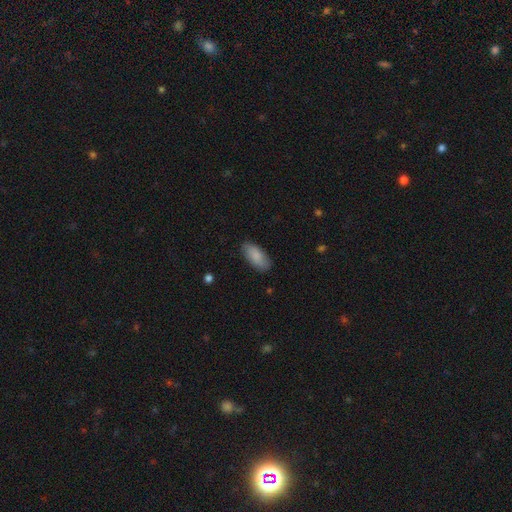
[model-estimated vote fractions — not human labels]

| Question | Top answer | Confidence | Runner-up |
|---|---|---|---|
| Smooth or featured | smooth | 86% | featured or disk (9%) |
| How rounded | in between | 89% | cigar-shaped (9%) |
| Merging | none | 85% | minor disturbance (12%) |